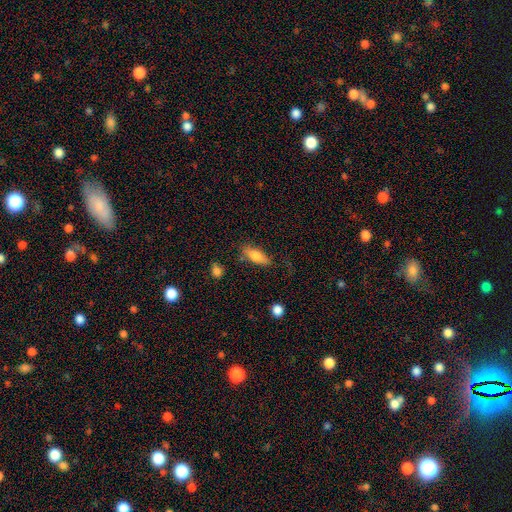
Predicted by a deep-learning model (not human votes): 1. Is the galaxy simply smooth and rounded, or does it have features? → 78% smooth, 15% featured or disk, 7% star or artifact.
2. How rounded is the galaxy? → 71% in between, 26% cigar-shaped, 3% round.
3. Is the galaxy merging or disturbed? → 68% none, 21% minor disturbance, 7% major disturbance, 3% merger.